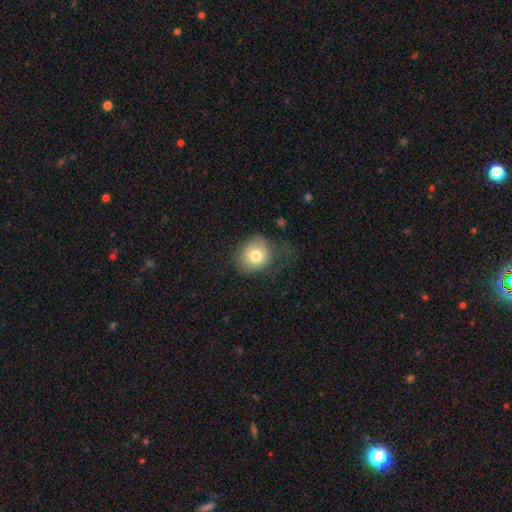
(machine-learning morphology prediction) Smooth or featured?
  - smooth: 78% *
  - featured or disk: 13%
  - star or artifact: 9%
How rounded?
  - round: 76% *
  - in between: 23%
  - cigar-shaped: 1%
Merging?
  - none: 56% *
  - minor disturbance: 26%
  - major disturbance: 16%
  - merger: 2%